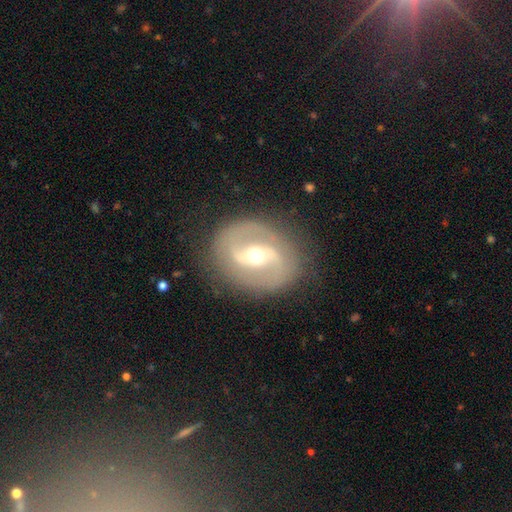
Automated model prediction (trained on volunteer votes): Smooth or featured? featured or disk (82%)
Edge-on disk? no (96%)
Bar? weak (40%)
Spiral arms? yes (81%)
Spiral winding? medium (49%)
Spiral arm count? 2 (88%)
Bulge size? moderate (63%)
Merging? none (82%)